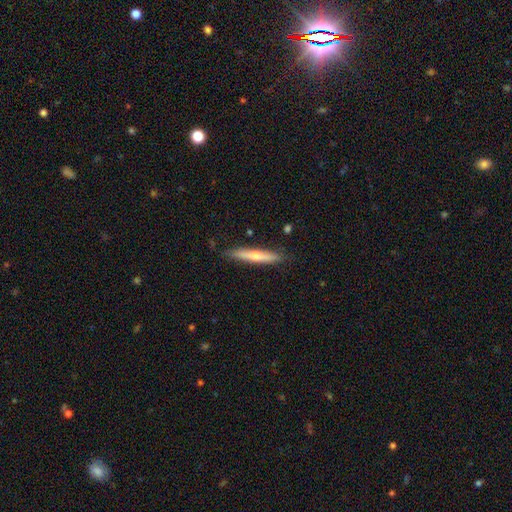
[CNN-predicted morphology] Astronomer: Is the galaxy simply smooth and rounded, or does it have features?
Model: smooth — 53% (runner-up: featured or disk, 42%).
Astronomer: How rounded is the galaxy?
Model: cigar-shaped — 93%.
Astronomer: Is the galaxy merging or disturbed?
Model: none — 85%.